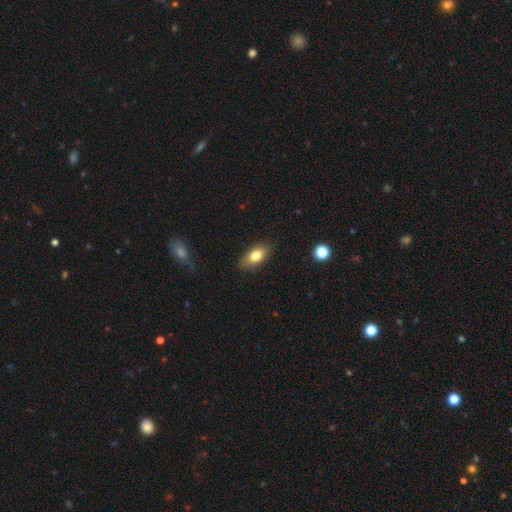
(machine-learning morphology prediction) The model was most divided on "smooth or featured": smooth: 77%, featured or disk: 15%, star or artifact: 8%. More confident: how rounded — in between (85%); merging — none (84%).